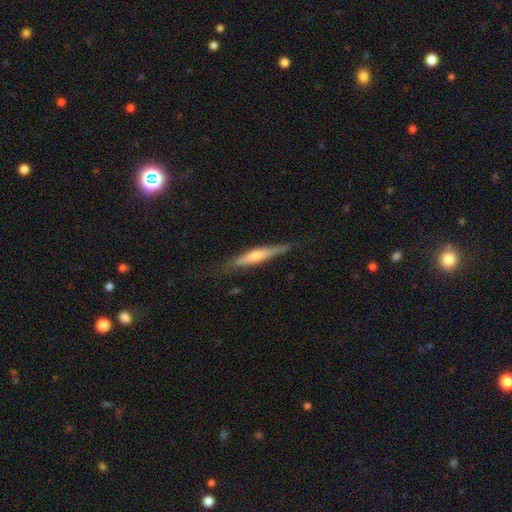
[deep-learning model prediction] The model was most divided on "smooth or featured": featured or disk: 62%, smooth: 31%, star or artifact: 7%. More confident: edge-on disk — yes (95%); merging — none (81%); edge-on bulge — rounded (69%).